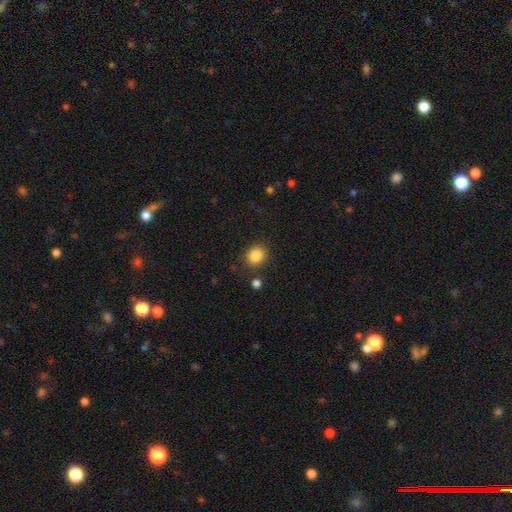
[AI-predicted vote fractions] smooth 85%, star or artifact 10%, featured or disk 5%. Down the decision tree: how rounded — round (76%); merging — none (85%).